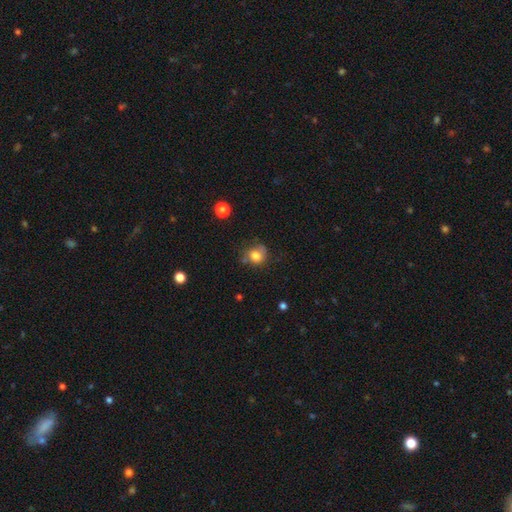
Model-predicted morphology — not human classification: A smooth galaxy with no disk features (76%) that is round (74%).

Vote fractions:
- Smooth or featured? smooth: 76% / featured or disk: 13% / star or artifact: 11%
- How rounded? round: 74% / in between: 25% / cigar-shaped: 1%
- Merging? none: 55% / minor disturbance: 27% / major disturbance: 12% / merger: 5%